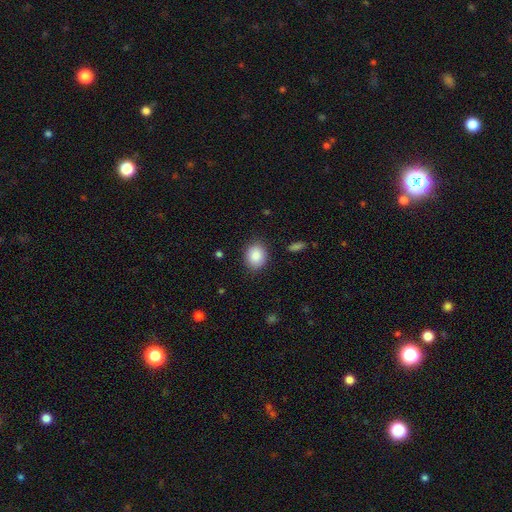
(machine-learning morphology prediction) Smooth or featured? smooth (87%)
How rounded? round (53%)
Merging? none (86%)